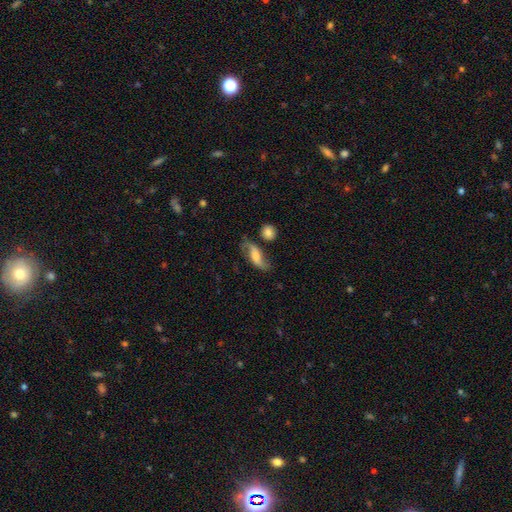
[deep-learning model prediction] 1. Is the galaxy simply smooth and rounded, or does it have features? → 59% featured or disk, 32% smooth, 8% star or artifact.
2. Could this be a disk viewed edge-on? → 86% no, 14% yes.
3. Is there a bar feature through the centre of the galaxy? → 42% no, 37% weak, 21% strong.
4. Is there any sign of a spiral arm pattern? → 90% yes, 10% no.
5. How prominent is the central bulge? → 27% moderate, 25% none, 23% small, 20% large, 5% dominant.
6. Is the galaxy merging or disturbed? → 63% none, 20% minor disturbance, 10% major disturbance, 7% merger.